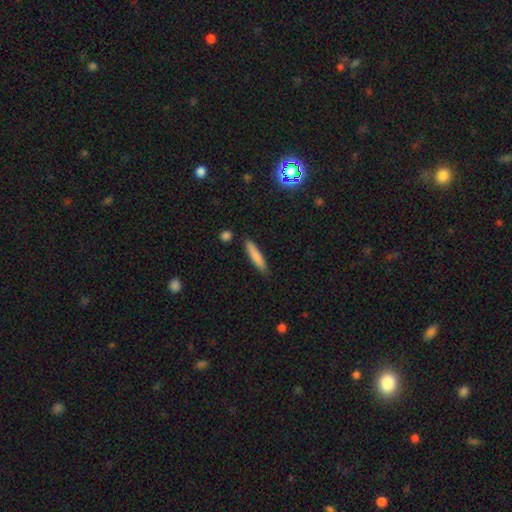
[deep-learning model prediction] Smooth or featured? smooth (81%)
How rounded? cigar-shaped (88%)
Merging? none (85%)